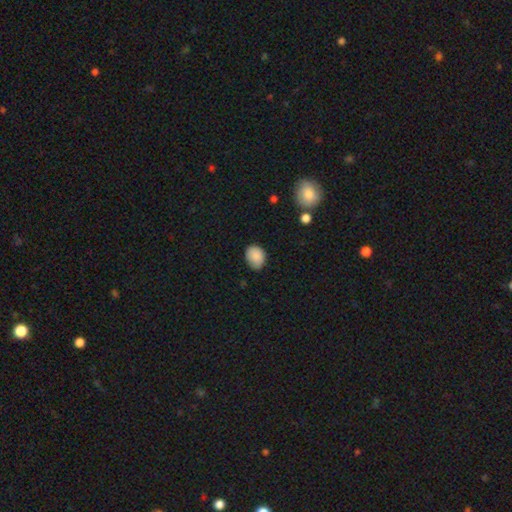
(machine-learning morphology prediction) Smooth or featured? Predicted: smooth (p=0.86). How rounded? Predicted: in between (p=0.55). Merging? Predicted: none (p=0.66).